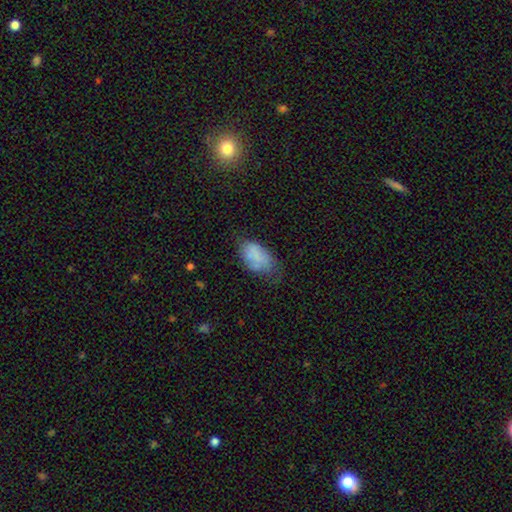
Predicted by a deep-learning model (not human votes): Q: Smooth or featured?
A: smooth (74%); runner-up: featured or disk (17%)
Q: How rounded?
A: in between (93%); runner-up: round (5%)
Q: Merging?
A: none (45%); runner-up: minor disturbance (35%)